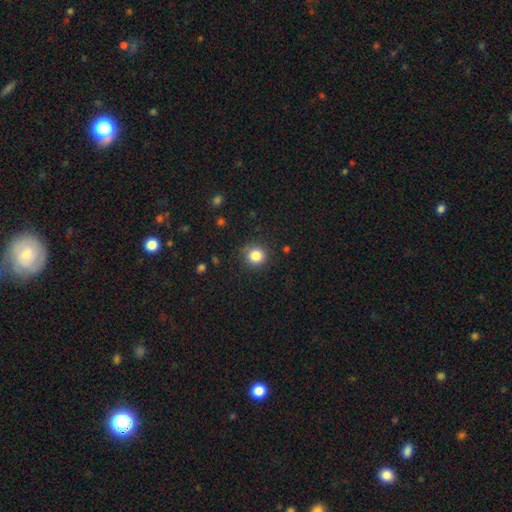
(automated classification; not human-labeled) Q: Smooth or featured?
A: smooth (84%); runner-up: star or artifact (11%)
Q: How rounded?
A: round (92%); runner-up: in between (7%)
Q: Merging?
A: none (87%); runner-up: minor disturbance (9%)